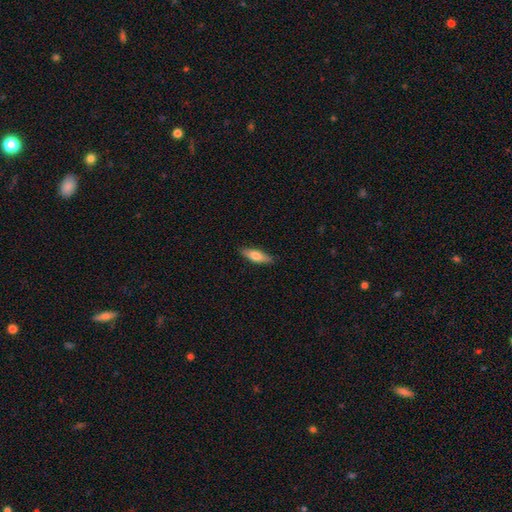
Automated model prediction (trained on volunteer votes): A smooth galaxy with no disk features (69%) that is in between round and cigar-shaped (50%).

Vote fractions:
- Smooth or featured? smooth: 69% / featured or disk: 25% / star or artifact: 6%
- How rounded? in between: 50% / cigar-shaped: 48% / round: 2%
- Merging? none: 87% / minor disturbance: 10% / major disturbance: 2% / merger: 1%